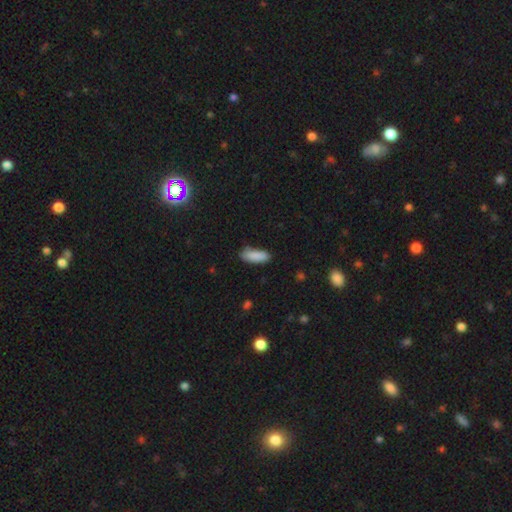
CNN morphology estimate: The model was most divided on "how rounded": in between: 69%, cigar-shaped: 29%, round: 2%. More confident: smooth or featured — smooth (88%); merging — none (77%).